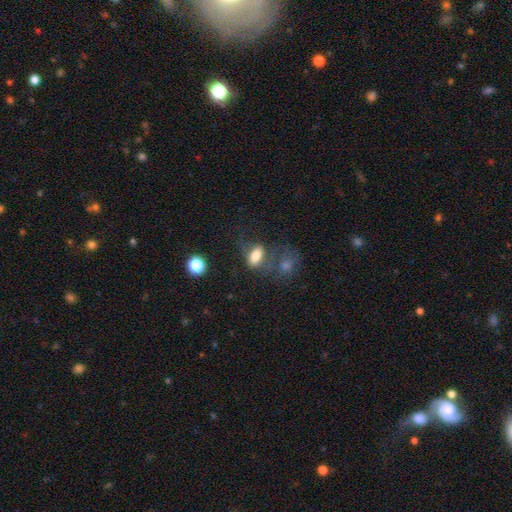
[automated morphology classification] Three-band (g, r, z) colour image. It shows a smooth galaxy with no disk features (74%) that is in between round and cigar-shaped (85%). Merging: none (45%).